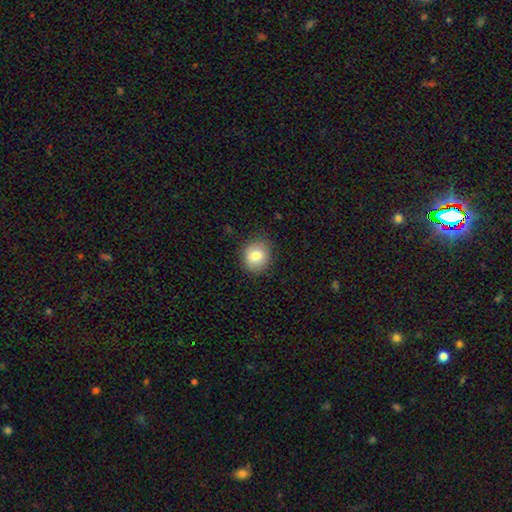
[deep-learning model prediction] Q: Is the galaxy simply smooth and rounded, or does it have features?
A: smooth — 80%.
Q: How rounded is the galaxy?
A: round — 70%.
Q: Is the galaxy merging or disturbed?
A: none — 84%.